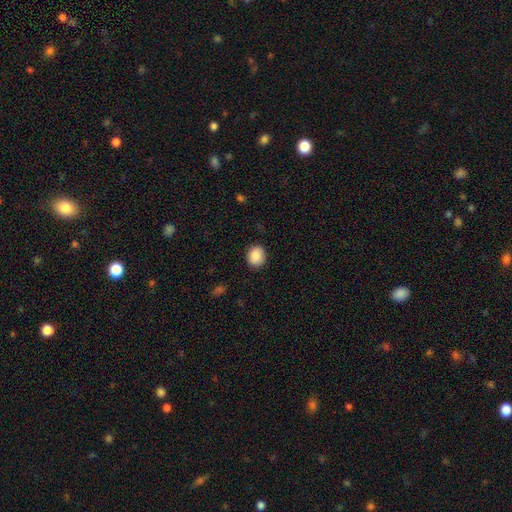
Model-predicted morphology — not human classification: The model was most divided on "how rounded": round: 67%, in between: 32%, cigar-shaped: 1%. More confident: smooth or featured — smooth (89%); merging — none (87%).